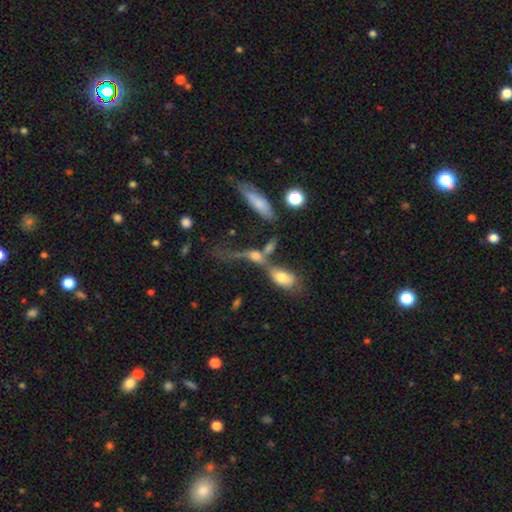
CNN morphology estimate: Smooth or featured: smooth — 47% (featured or disk — 37%)
Merging: merger — 56% (none — 19%)